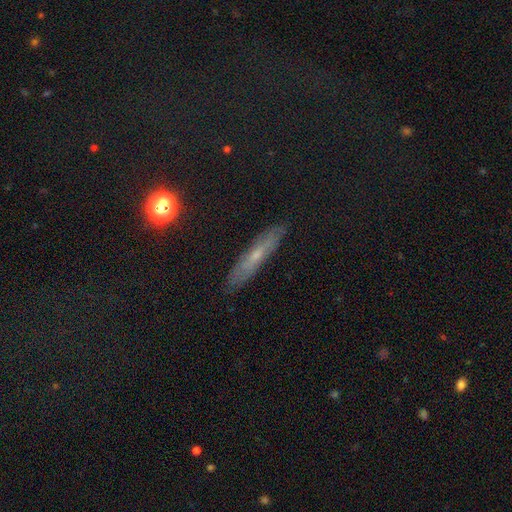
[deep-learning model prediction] featured or disk 48%, smooth 38%, star or artifact 14%. Down the decision tree: merging — none (86%).